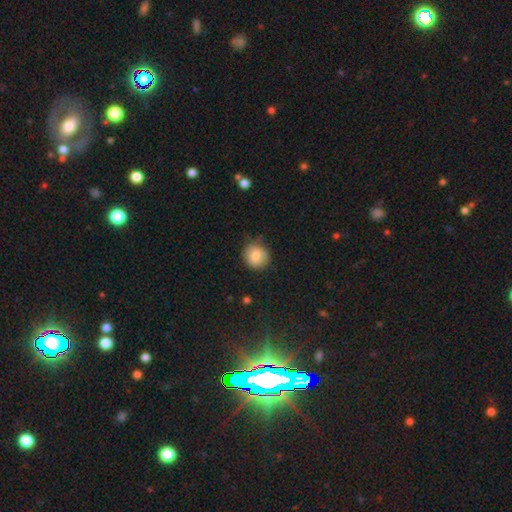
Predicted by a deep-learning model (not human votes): This appears to be a smooth galaxy with no disk features (80%) that is round (87%). Merging: none (75%).